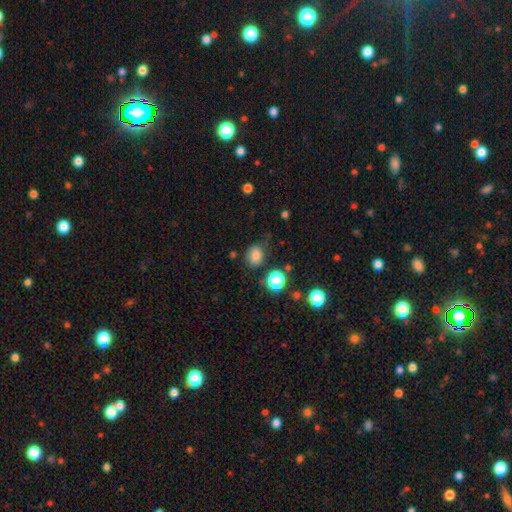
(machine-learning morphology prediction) Smooth or featured? smooth (80%)
How rounded? round (55%)
Merging? none (73%)